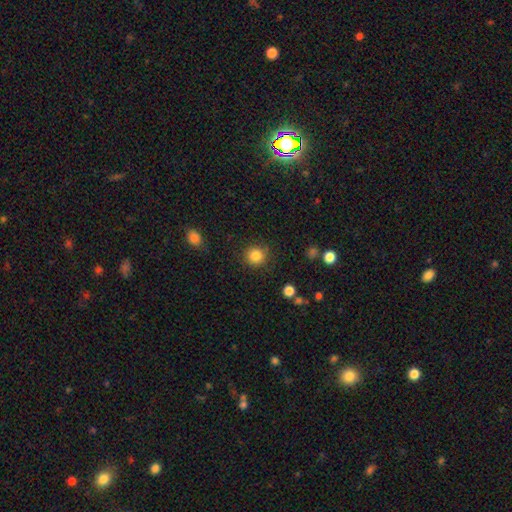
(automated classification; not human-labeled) A smooth galaxy with no disk features (84%) that is round (91%). Merging: none (85%).